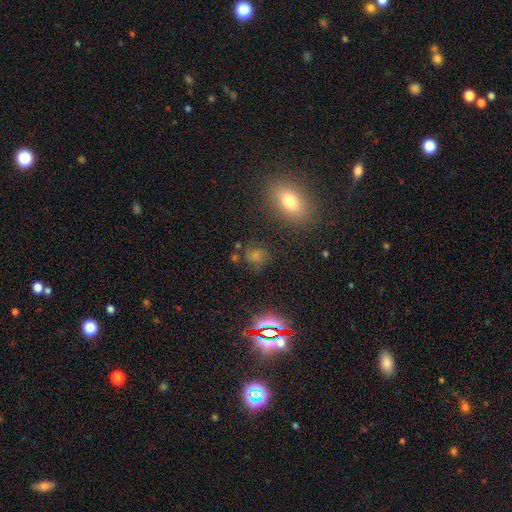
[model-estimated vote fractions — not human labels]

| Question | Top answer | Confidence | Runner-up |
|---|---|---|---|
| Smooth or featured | smooth | 60% | star or artifact (28%) |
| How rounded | round | 67% | in between (31%) |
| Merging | none | 70% | minor disturbance (17%) |